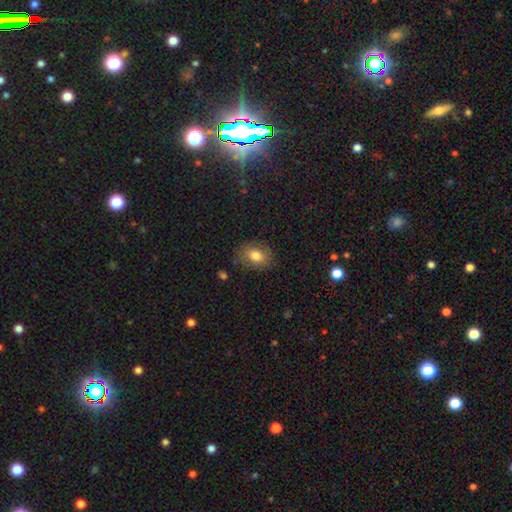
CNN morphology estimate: Q: Smooth or featured?
A: smooth (78%); runner-up: featured or disk (13%)
Q: How rounded?
A: in between (63%); runner-up: round (36%)
Q: Merging?
A: none (80%); runner-up: minor disturbance (15%)